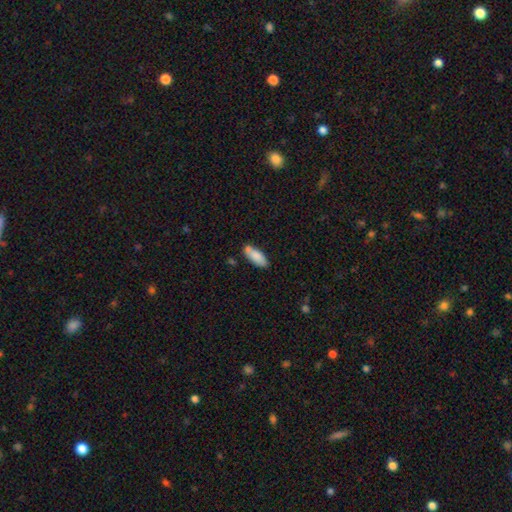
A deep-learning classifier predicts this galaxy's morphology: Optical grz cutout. It shows a smooth galaxy with no disk features (82%) that is in between round and cigar-shaped (74%). Merging: none (70%).